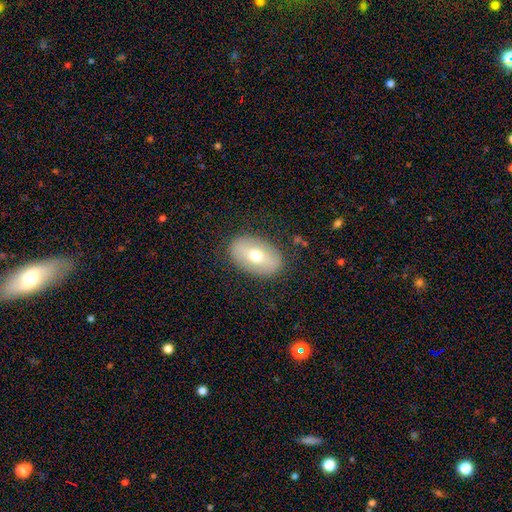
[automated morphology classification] A smooth galaxy with no disk features (59%) that is in between round and cigar-shaped (89%).

Vote fractions:
- Smooth or featured? smooth: 59% / featured or disk: 34% / star or artifact: 8%
- How rounded? in between: 89% / round: 9% / cigar-shaped: 2%
- Merging? none: 85% / minor disturbance: 10% / major disturbance: 3% / merger: 1%